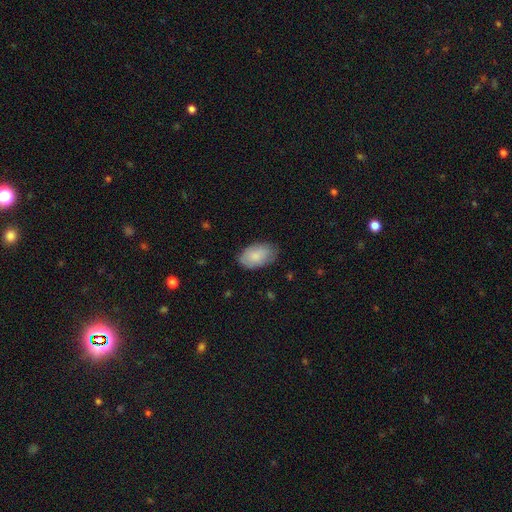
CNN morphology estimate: The model was most divided on "merging": none: 77%, minor disturbance: 19%, major disturbance: 4%, merger: 1%. More confident: how rounded — in between (93%); smooth or featured — smooth (84%).